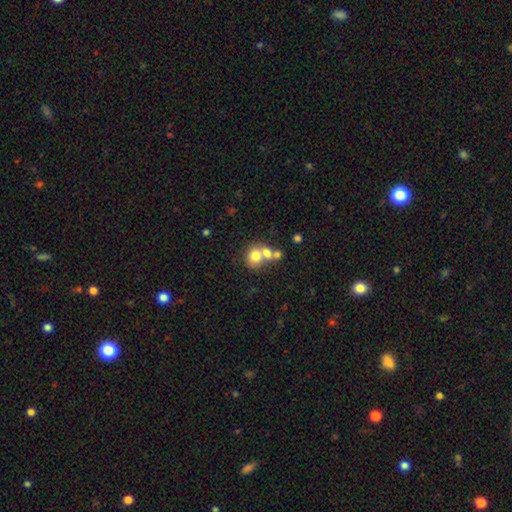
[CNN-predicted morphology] smooth 71%, featured or disk 18%, star or artifact 10%. Down the decision tree: how rounded — round (74%); merging — merger (55%).